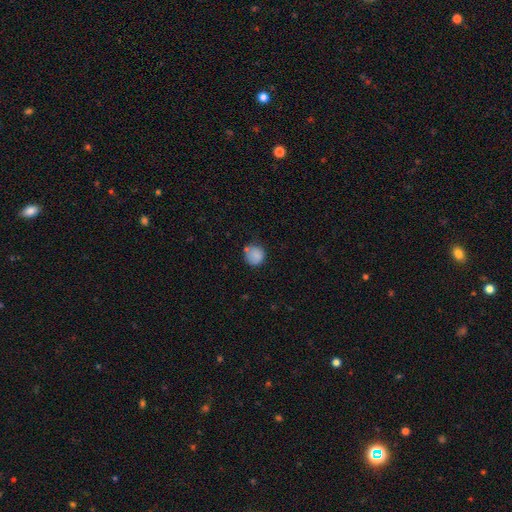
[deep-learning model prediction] This is clearly a smooth galaxy (85%). How rounded: clearly round (86%). Merging: likely none (66%).